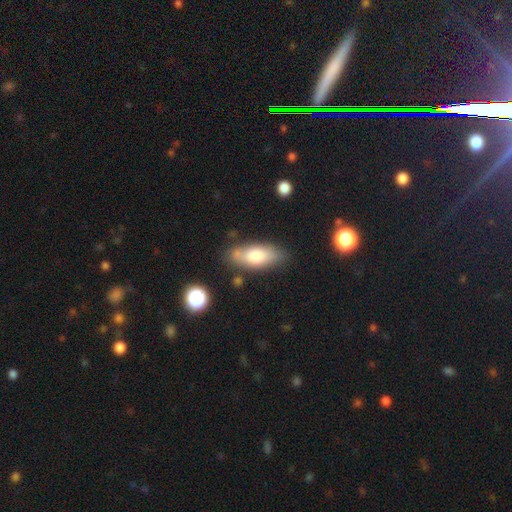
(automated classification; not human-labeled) Morphology: type=smooth (73%); roundness=in between (79%); merging=none (74%).